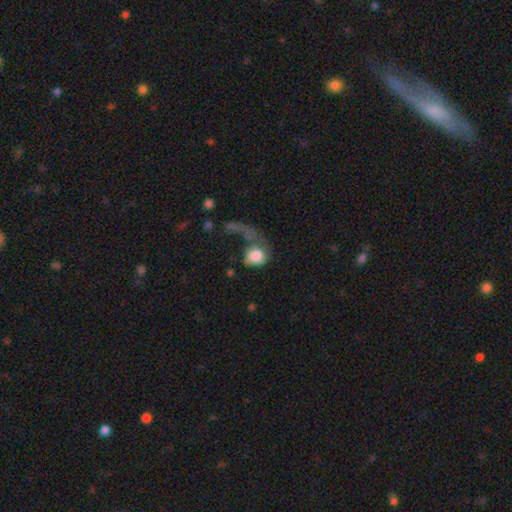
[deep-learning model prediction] The model was most divided on "how rounded": round: 63%, in between: 35%, cigar-shaped: 2%. More confident: smooth or featured — smooth (65%); merging — major disturbance (59%).